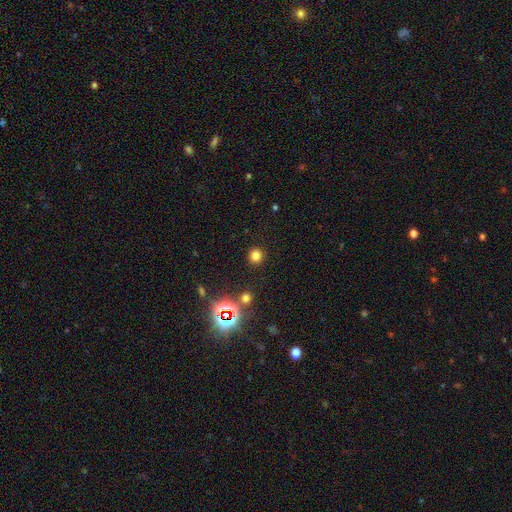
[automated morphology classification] A smooth galaxy with no disk features (75%) that is round (92%). Merging: none (90%).